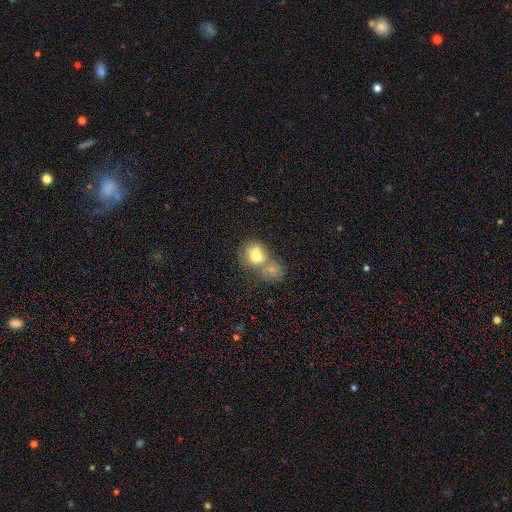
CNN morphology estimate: A smooth galaxy with no disk features (72%) that is round (67%). Merging: merger (53%).